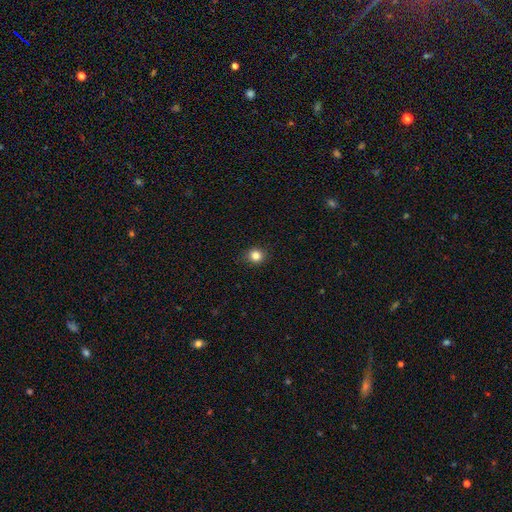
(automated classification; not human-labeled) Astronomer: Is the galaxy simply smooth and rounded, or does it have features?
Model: smooth — 84%.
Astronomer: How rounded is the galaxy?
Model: round — 83%.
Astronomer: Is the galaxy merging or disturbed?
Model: none — 87%.